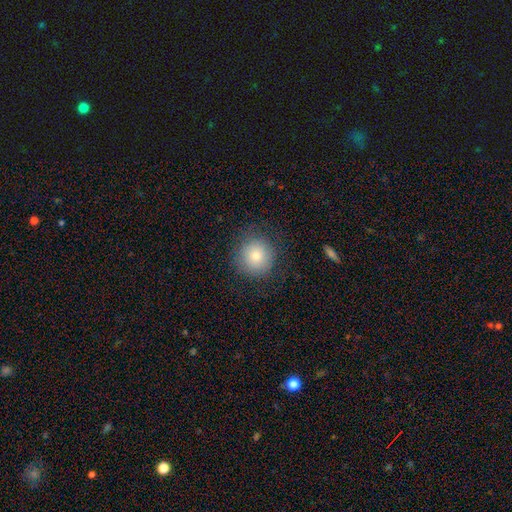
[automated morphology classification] smooth_or_featured: smooth (p=0.79) [alt: featured or disk p=0.11]
how_rounded: round (p=0.93) [alt: in between p=0.06]
merging: none (p=0.83) [alt: minor disturbance p=0.11]